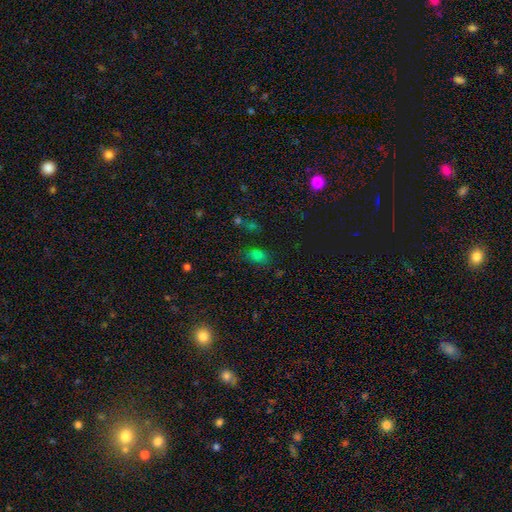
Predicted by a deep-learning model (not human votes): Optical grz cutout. It shows a smooth galaxy with no disk features (65%) that is in between round and cigar-shaped (79%). Merging: none (71%).